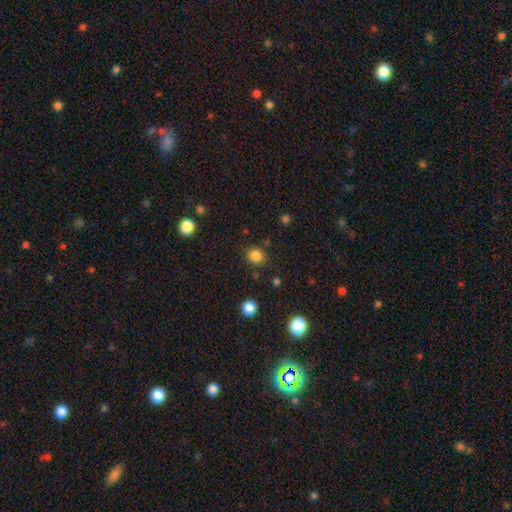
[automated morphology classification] A smooth galaxy with no disk features (84%) that is round (69%).

Vote fractions:
- Smooth or featured? smooth: 84% / star or artifact: 12% / featured or disk: 4%
- How rounded? round: 69% / in between: 30% / cigar-shaped: 1%
- Merging? none: 84% / minor disturbance: 10% / major disturbance: 3% / merger: 3%